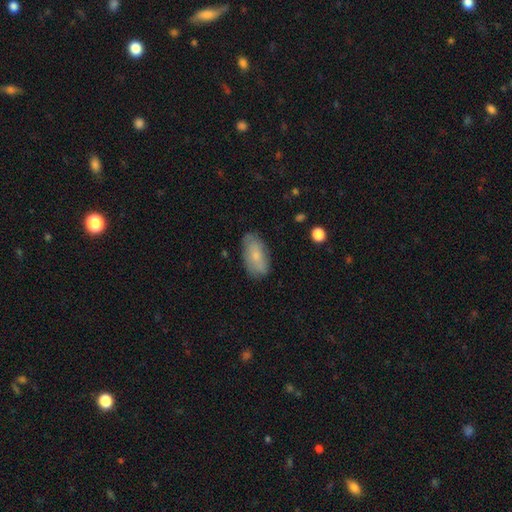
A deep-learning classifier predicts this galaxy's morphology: Smooth or featured?
  - smooth: 71% *
  - featured or disk: 23%
  - star or artifact: 6%
How rounded?
  - in between: 92% *
  - cigar-shaped: 5%
  - round: 3%
Merging?
  - none: 77% *
  - minor disturbance: 18%
  - major disturbance: 4%
  - merger: 1%